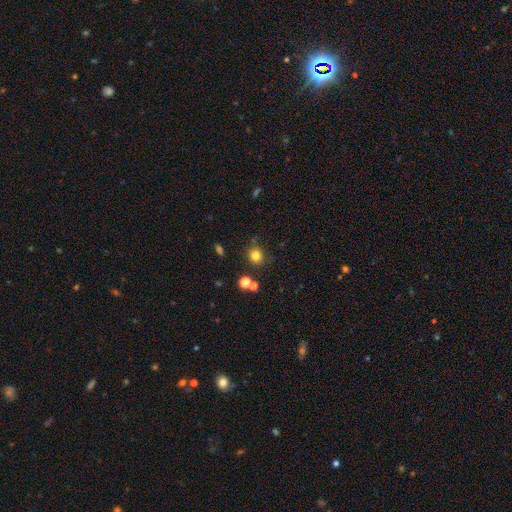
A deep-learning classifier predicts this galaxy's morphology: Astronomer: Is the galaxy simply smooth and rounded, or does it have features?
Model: smooth — 79%.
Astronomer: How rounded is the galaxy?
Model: round — 89%.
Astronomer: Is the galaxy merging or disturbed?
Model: none — 79%.